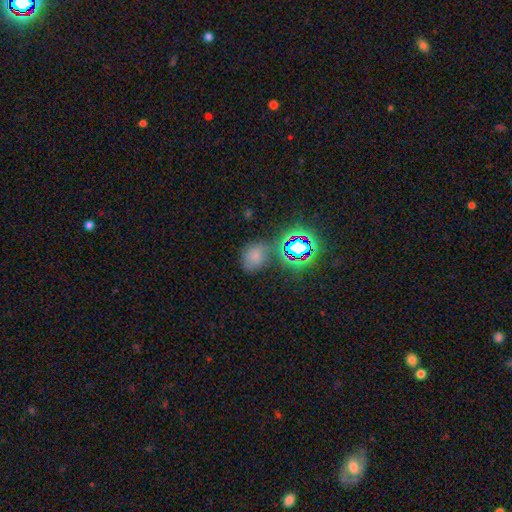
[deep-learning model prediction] The model was most divided on "how rounded": in between: 53%, round: 46%, cigar-shaped: 1%. More confident: merging — none (63%); smooth or featured — smooth (57%).